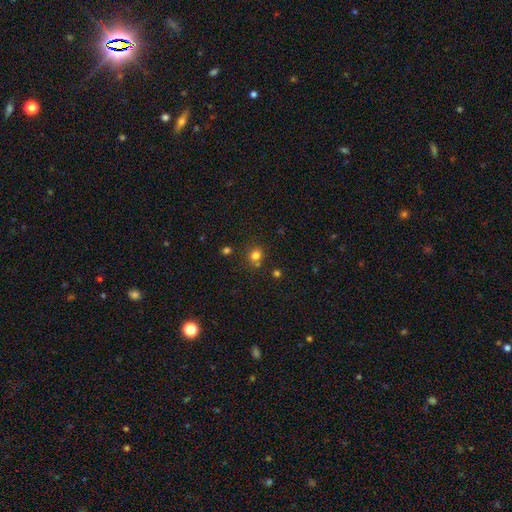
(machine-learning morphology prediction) Q: Smooth or featured?
A: smooth (76%); runner-up: star or artifact (17%)
Q: How rounded?
A: round (79%); runner-up: in between (20%)
Q: Merging?
A: none (71%); runner-up: merger (15%)